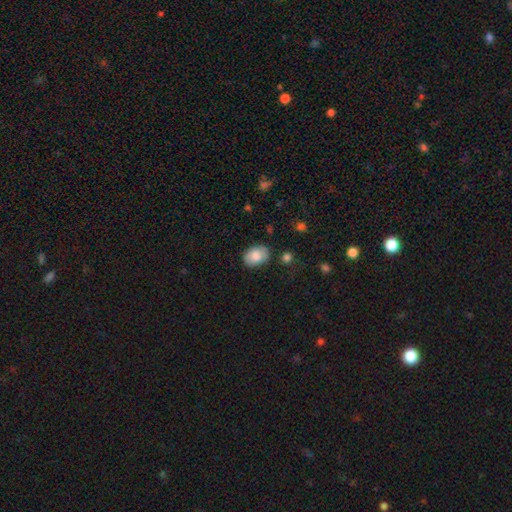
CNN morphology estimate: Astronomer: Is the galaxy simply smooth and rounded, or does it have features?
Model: smooth — 82%.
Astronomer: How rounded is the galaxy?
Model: in between — 80%.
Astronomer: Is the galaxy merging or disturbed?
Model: none — 79%.